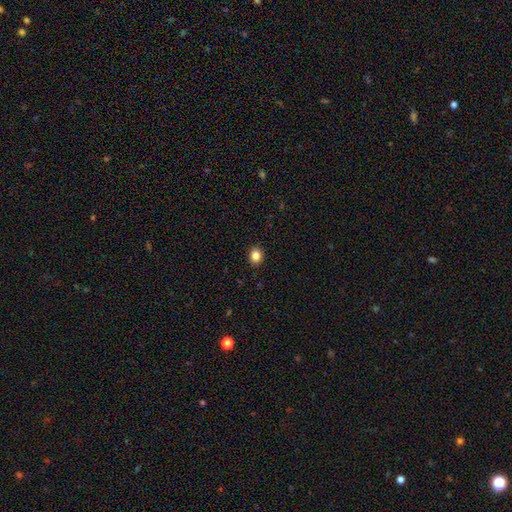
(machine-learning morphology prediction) smooth-or-featured: smooth: 85% | star or artifact: 11% | featured or disk: 4%
  how-rounded: round: 58% | in between: 41% | cigar-shaped: 1%
  merging: none: 91% | minor disturbance: 6% | major disturbance: 2% | merger: 1%